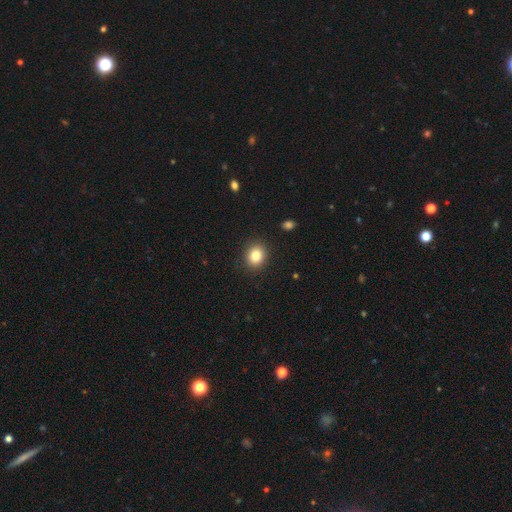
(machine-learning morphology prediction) Smooth or featured: smooth — 83% (star or artifact — 10%)
How rounded: round — 68% (in between — 32%)
Merging: none — 90% (minor disturbance — 7%)